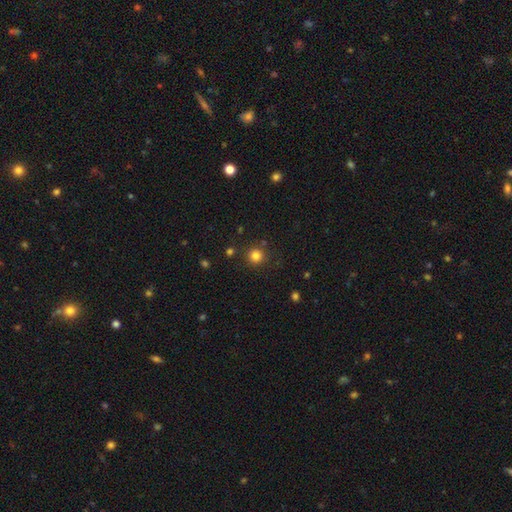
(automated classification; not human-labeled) This appears to be a smooth galaxy with no disk features (82%) that is round (94%). Merging: none (87%).